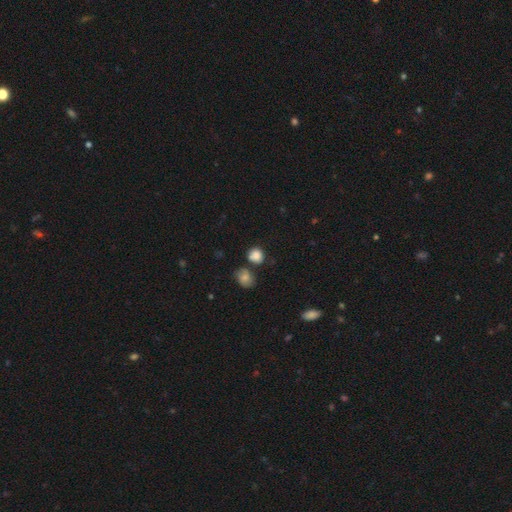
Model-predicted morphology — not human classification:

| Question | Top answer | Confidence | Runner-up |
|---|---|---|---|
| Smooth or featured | smooth | 82% | star or artifact (9%) |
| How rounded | round | 79% | in between (20%) |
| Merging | none | 58% | merger (20%) |